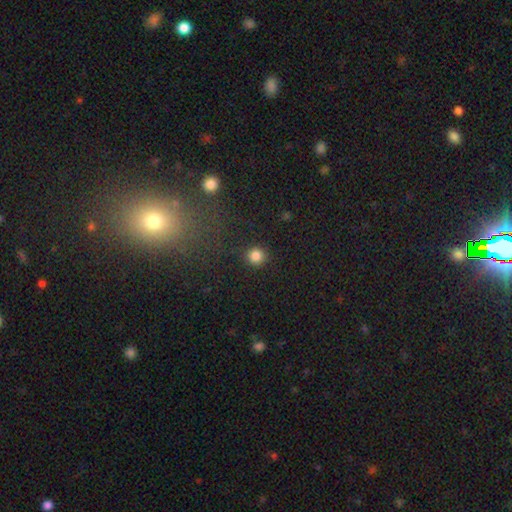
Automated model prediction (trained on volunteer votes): Morphology: type=smooth (84%); roundness=round (94%); merging=none (91%).